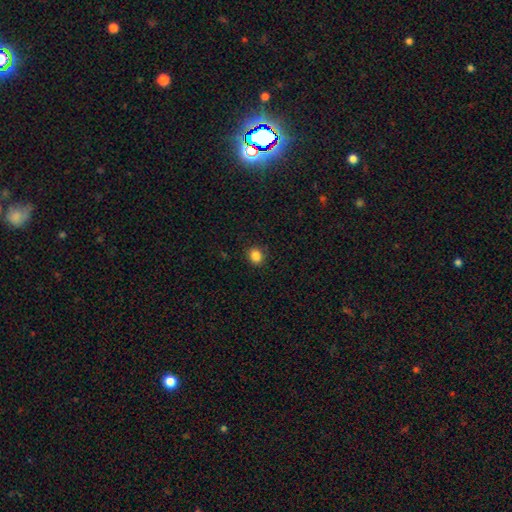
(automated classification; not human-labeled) Smooth or featured? Predicted: smooth (p=0.85). How rounded? Predicted: round (p=0.69). Merging? Predicted: none (p=0.89).